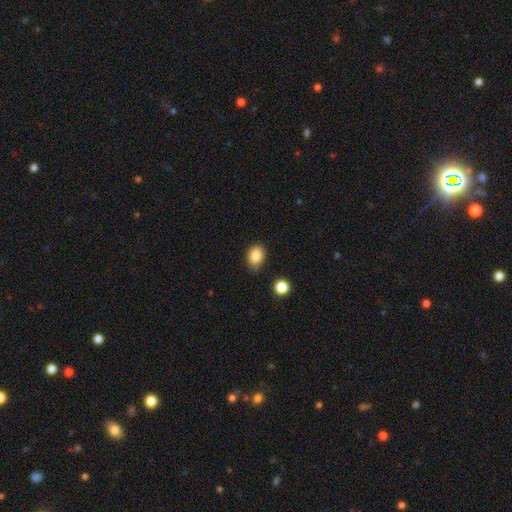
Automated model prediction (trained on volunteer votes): Smooth or featured: smooth — 86% (star or artifact — 9%)
How rounded: in between — 70% (round — 29%)
Merging: none — 81% (minor disturbance — 14%)